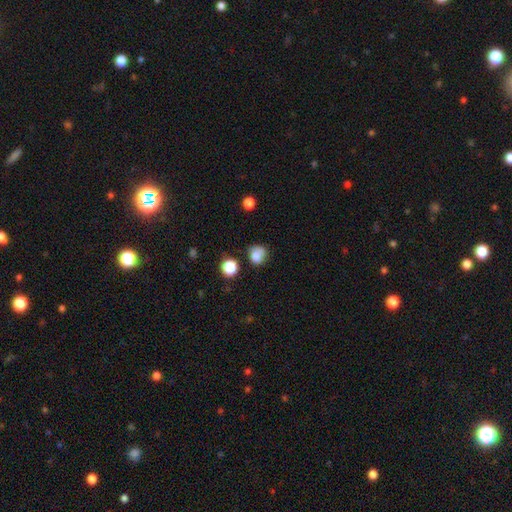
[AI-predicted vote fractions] Smooth or featured? smooth (79%)
How rounded? round (72%)
Merging? none (55%)